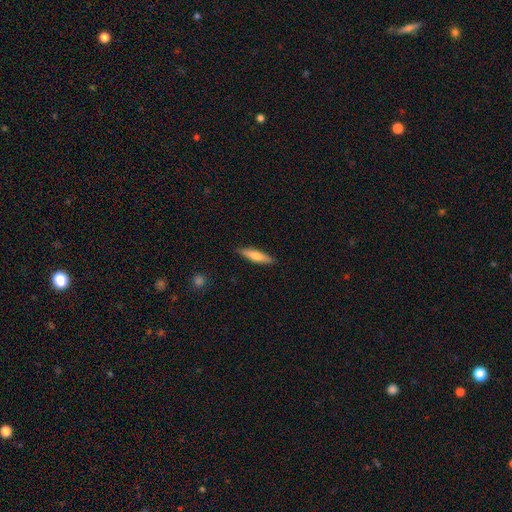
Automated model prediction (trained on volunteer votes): This appears to be a smooth galaxy with no disk features (65%) that is cigar-shaped (78%). Merging: none (88%).